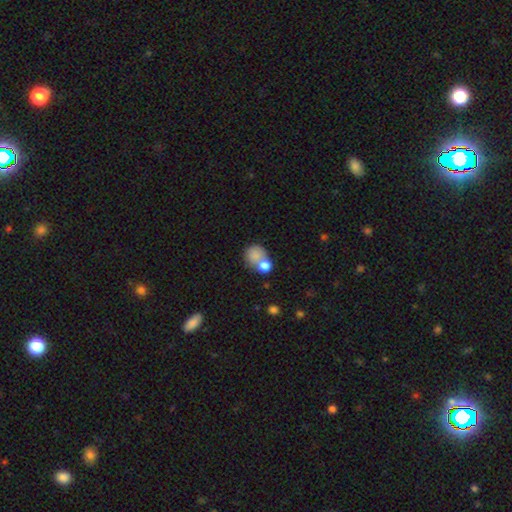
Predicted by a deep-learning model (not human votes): Q: Smooth or featured?
A: smooth (80%); runner-up: featured or disk (11%)
Q: How rounded?
A: round (76%); runner-up: in between (23%)
Q: Merging?
A: merger (47%); runner-up: none (36%)